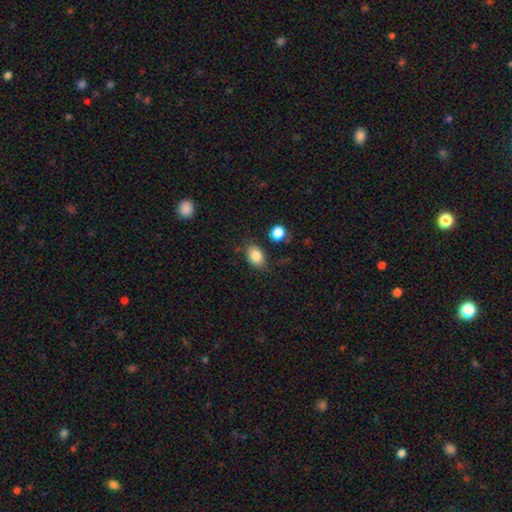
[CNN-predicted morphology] smooth-or-featured: smooth: 85% | star or artifact: 9% | featured or disk: 6%
  how-rounded: in between: 79% | round: 20% | cigar-shaped: 1%
  merging: none: 77% | minor disturbance: 15% | merger: 4% | major disturbance: 4%